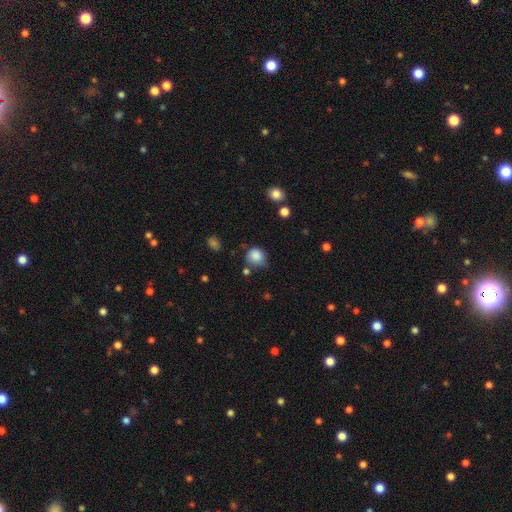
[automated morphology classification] Q: Smooth or featured?
A: smooth (85%); runner-up: star or artifact (10%)
Q: How rounded?
A: round (81%); runner-up: in between (18%)
Q: Merging?
A: none (63%); runner-up: minor disturbance (26%)